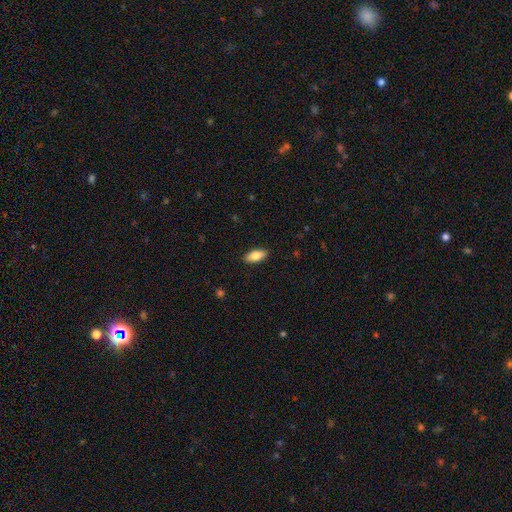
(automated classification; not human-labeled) This is clearly a smooth galaxy (81%). How rounded: clearly in between (85%). Merging: clearly none (89%).